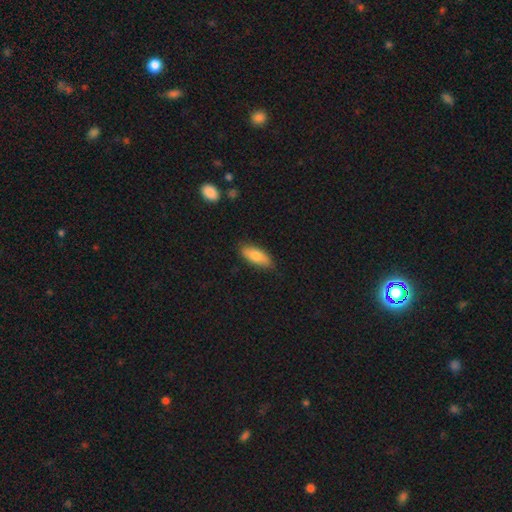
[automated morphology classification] A smooth galaxy with no disk features (78%) that is in between round and cigar-shaped (79%).

Vote fractions:
- Smooth or featured? smooth: 78% / featured or disk: 16% / star or artifact: 6%
- How rounded? in between: 79% / cigar-shaped: 19% / round: 2%
- Merging? none: 83% / minor disturbance: 14% / major disturbance: 2% / merger: 1%